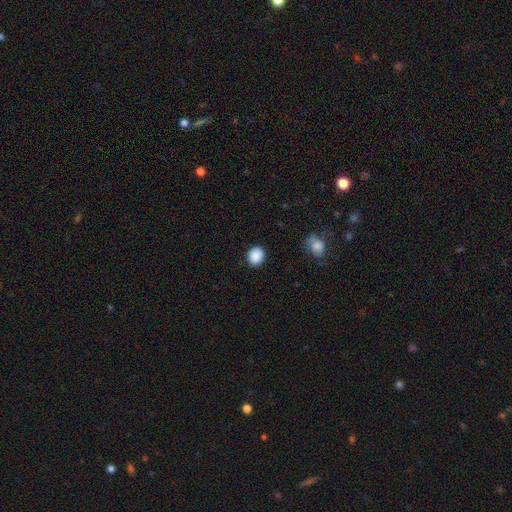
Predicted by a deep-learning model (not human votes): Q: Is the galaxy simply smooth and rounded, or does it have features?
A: smooth — 89%.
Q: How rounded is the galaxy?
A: round — 71%.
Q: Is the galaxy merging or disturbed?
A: none — 88%.